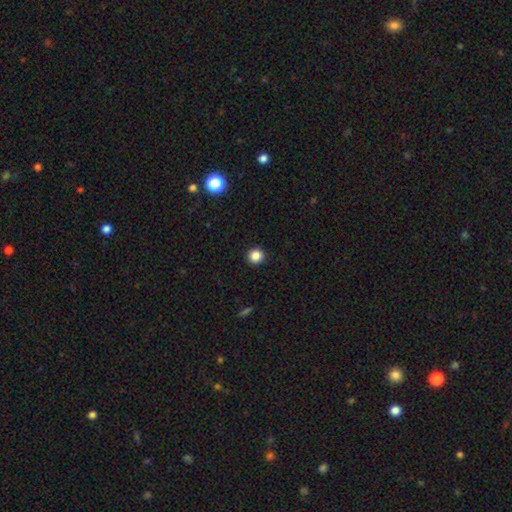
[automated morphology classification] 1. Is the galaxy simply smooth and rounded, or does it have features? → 85% smooth, 11% star or artifact, 4% featured or disk.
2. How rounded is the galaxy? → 95% round, 4% in between, 1% cigar-shaped.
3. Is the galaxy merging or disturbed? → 93% none, 4% minor disturbance, 2% major disturbance, 1% merger.